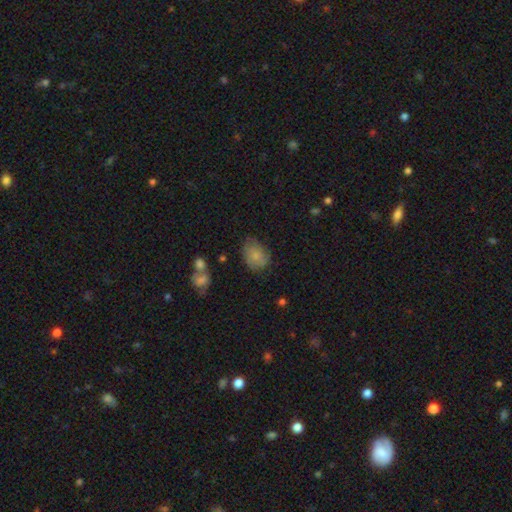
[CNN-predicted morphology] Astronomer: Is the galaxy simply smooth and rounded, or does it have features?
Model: smooth — 75%.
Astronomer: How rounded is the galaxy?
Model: in between — 63%.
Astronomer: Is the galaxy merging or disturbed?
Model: none — 60%.